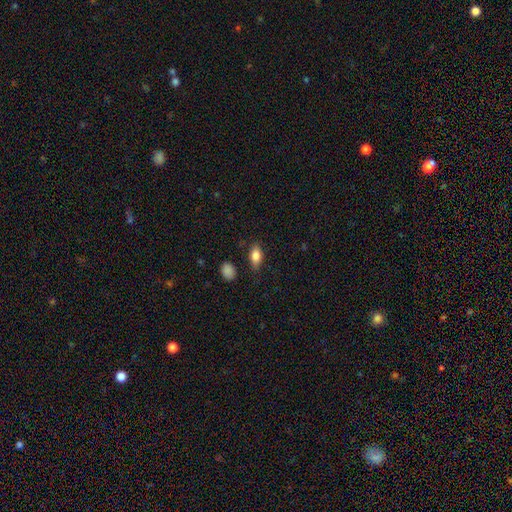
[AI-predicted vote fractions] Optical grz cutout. It shows a smooth galaxy with no disk features (83%) that is in between round and cigar-shaped (88%). Merging: none (81%).